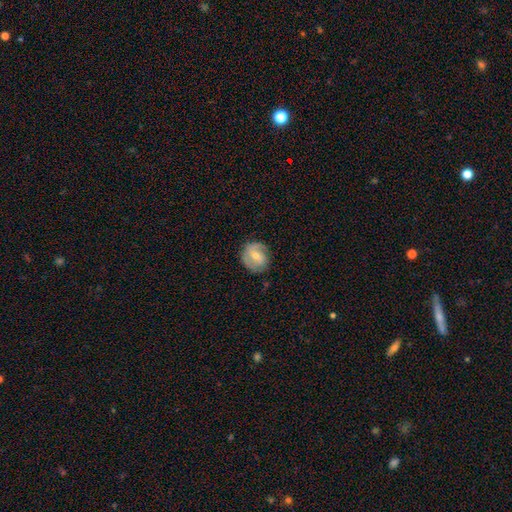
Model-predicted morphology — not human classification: Smooth or featured: featured or disk — 58% (smooth — 34%)
Edge-on disk: no — 96% (yes — 4%)
Bar: weak — 44% (no — 39%)
Spiral arms: yes — 78% (no — 22%)
Bulge size: moderate — 54% (small — 42%)
Merging: none — 75% (minor disturbance — 18%)